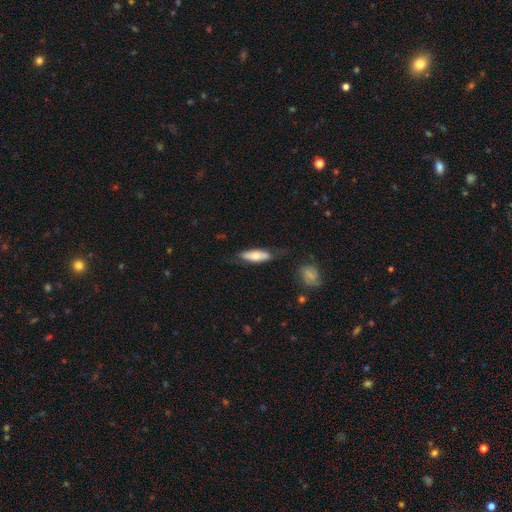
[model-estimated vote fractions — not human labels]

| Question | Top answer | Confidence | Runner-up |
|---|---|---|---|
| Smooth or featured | smooth | 57% | featured or disk (37%) |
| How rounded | in between | 51% | cigar-shaped (46%) |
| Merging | none | 66% | minor disturbance (23%) |